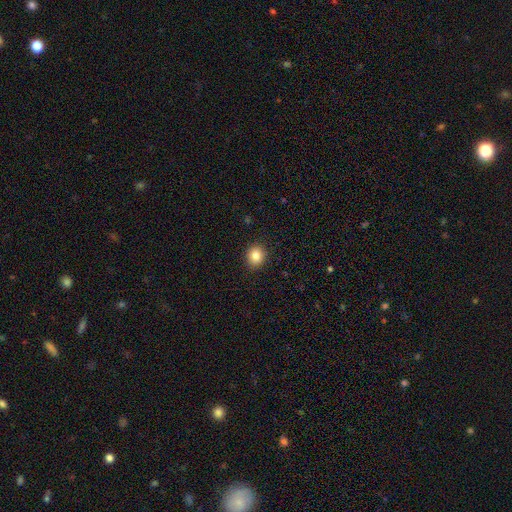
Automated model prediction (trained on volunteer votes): smooth-or-featured: smooth: 84% | star or artifact: 10% | featured or disk: 6%
  how-rounded: round: 76% | in between: 23% | cigar-shaped: 1%
  merging: none: 90% | minor disturbance: 7% | major disturbance: 2% | merger: 1%